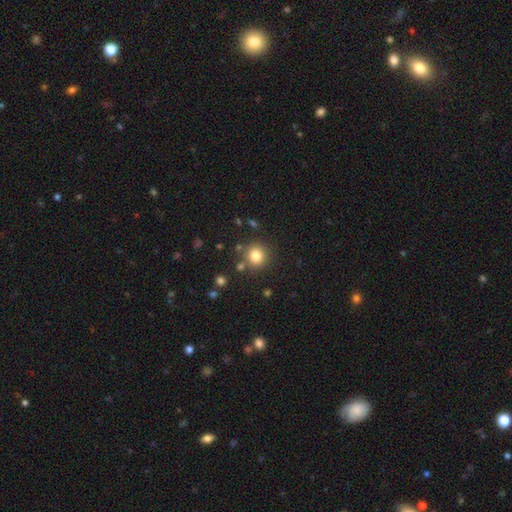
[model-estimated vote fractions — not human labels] This is clearly a smooth galaxy (82%). How rounded: clearly round (90%). Merging: clearly none (83%).